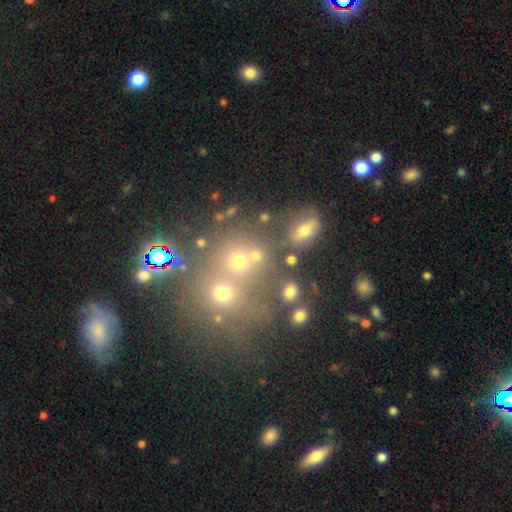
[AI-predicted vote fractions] smooth-or-featured: smooth: 70% | star or artifact: 19% | featured or disk: 11%
  how-rounded: round: 78% | in between: 20% | cigar-shaped: 2%
  merging: none: 55% | merger: 31% | minor disturbance: 9% | major disturbance: 5%